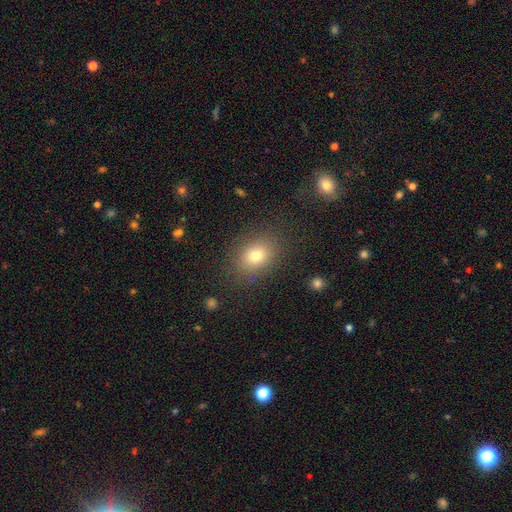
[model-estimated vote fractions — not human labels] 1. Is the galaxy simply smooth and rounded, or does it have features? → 76% smooth, 13% star or artifact, 11% featured or disk.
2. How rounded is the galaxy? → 62% in between, 37% round, 1% cigar-shaped.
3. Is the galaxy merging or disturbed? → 83% none, 11% minor disturbance, 5% major disturbance, 2% merger.